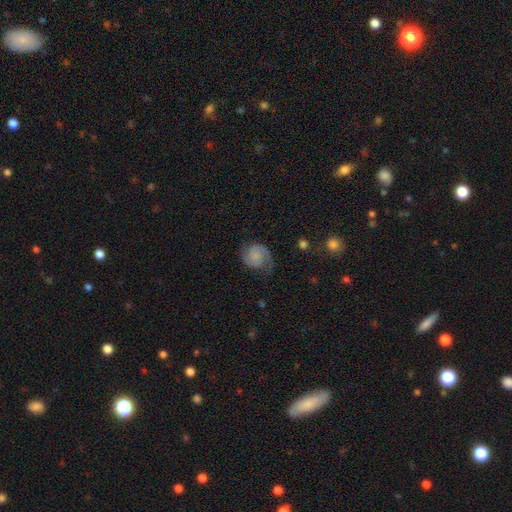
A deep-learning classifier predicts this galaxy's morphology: The model was most divided on "spiral winding": medium: 47%, tight: 37%, loose: 16%. More confident: edge-on disk — no (98%); spiral arms — yes (97%); spiral arm count — 2 (91%); smooth or featured — featured or disk (77%); merging — none (73%); bar — no (70%); bulge size — none (55%).